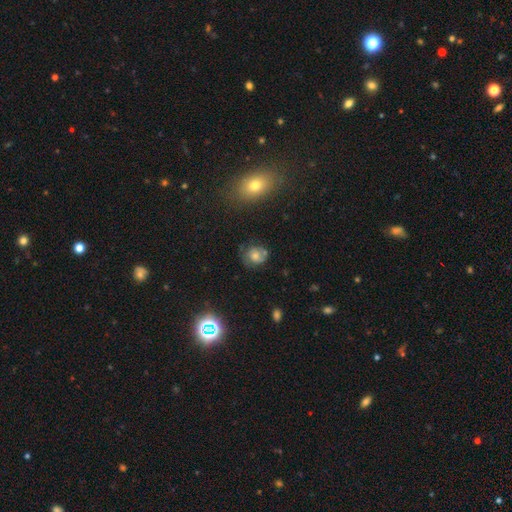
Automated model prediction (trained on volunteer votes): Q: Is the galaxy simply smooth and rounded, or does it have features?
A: smooth — 60%.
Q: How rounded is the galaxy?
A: round — 73%.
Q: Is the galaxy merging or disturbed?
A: none — 64%.